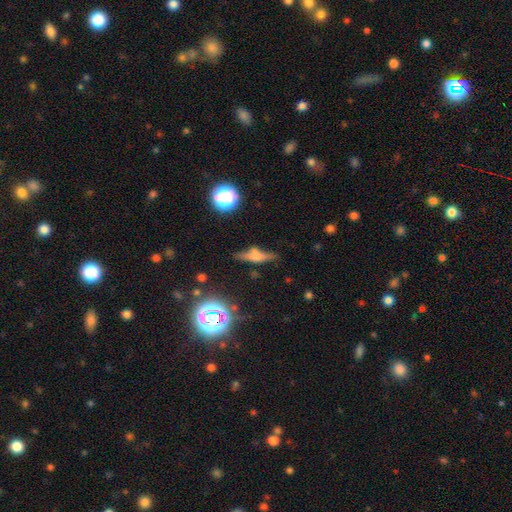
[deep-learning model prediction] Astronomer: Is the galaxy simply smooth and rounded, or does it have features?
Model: featured or disk — 52% (runner-up: smooth, 34%).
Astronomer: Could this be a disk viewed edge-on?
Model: yes — 89%.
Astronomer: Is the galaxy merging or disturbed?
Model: none — 69%.